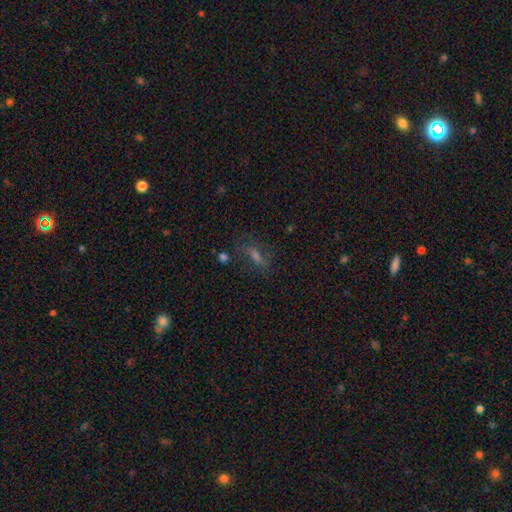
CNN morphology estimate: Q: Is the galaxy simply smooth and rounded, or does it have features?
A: smooth — 35%.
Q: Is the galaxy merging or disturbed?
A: none — 70%.